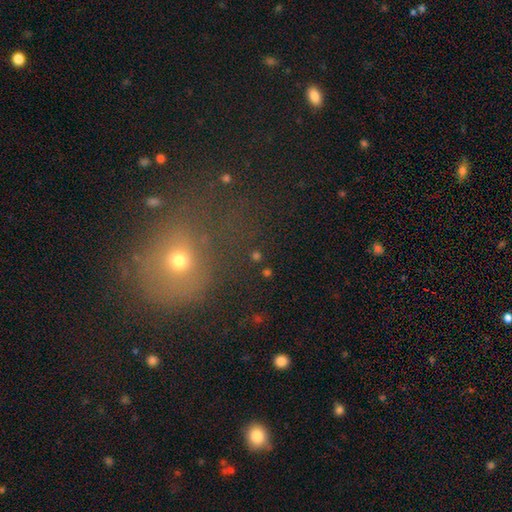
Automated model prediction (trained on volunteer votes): This appears to be a smooth galaxy with no disk features (48%). Merging: none (71%).